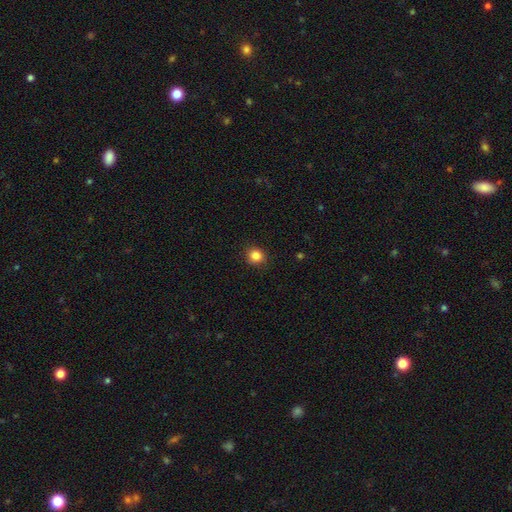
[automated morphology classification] A smooth galaxy with no disk features (85%) that is round (87%). Merging: none (90%).